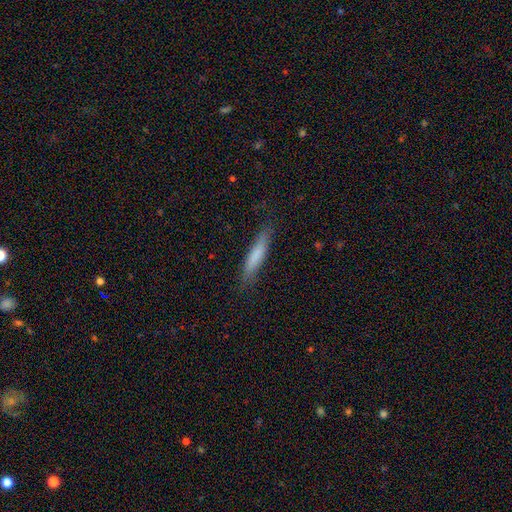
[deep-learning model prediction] Smooth or featured?
  - smooth: 74% *
  - featured or disk: 20%
  - star or artifact: 6%
How rounded?
  - cigar-shaped: 90% *
  - in between: 9%
  - round: 1%
Merging?
  - none: 84% *
  - minor disturbance: 12%
  - major disturbance: 3%
  - merger: 1%